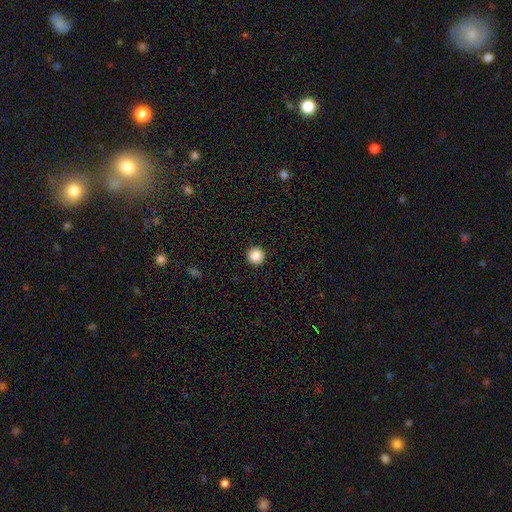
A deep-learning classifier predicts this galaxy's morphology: Smooth or featured? smooth (87%)
How rounded? round (97%)
Merging? none (94%)